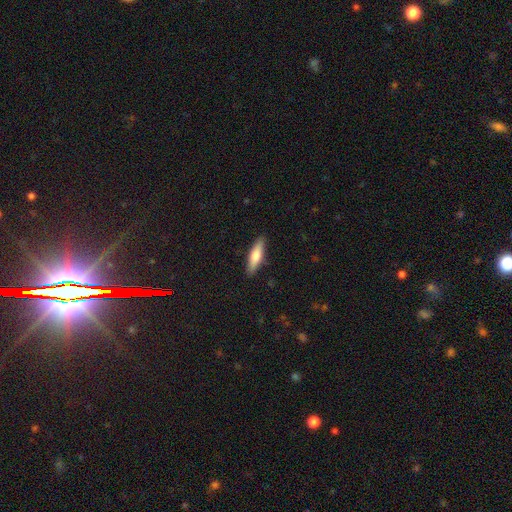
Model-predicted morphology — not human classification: Smooth or featured? Predicted: smooth (p=0.68). How rounded? Predicted: cigar-shaped (p=0.65). Merging? Predicted: none (p=0.89).